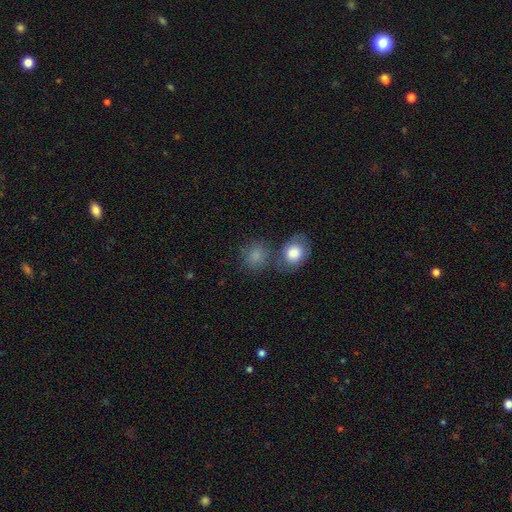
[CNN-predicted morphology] This is clearly a smooth galaxy (83%). How rounded: likely round (71%). Merging: possibly none (53%).